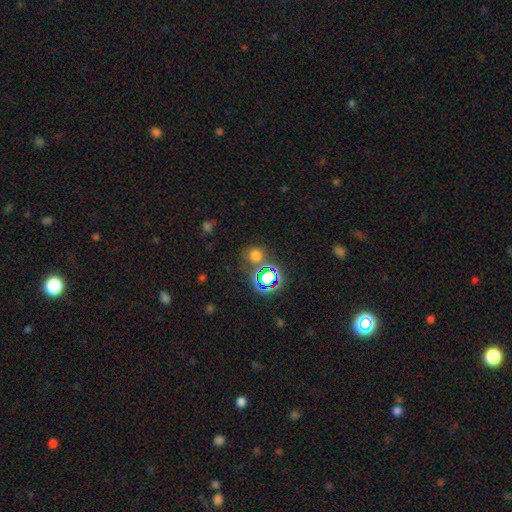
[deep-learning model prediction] smooth 60%, star or artifact 33%, featured or disk 6%. Down the decision tree: how rounded — round (87%); merging — none (77%).